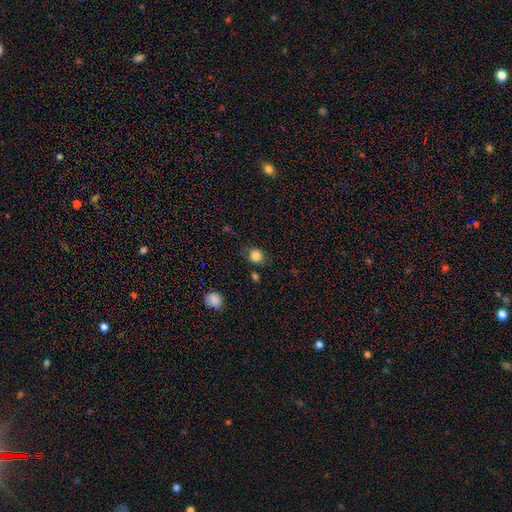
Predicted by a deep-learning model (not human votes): Smooth or featured?
  - smooth: 84% *
  - star or artifact: 11%
  - featured or disk: 5%
How rounded?
  - round: 80% *
  - in between: 19%
  - cigar-shaped: 1%
Merging?
  - none: 74% *
  - minor disturbance: 17%
  - major disturbance: 5%
  - merger: 4%